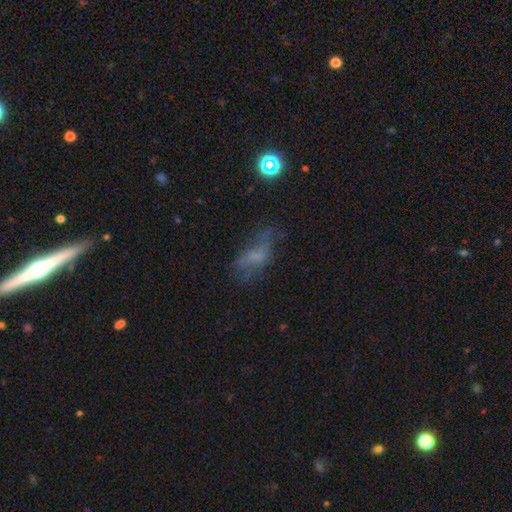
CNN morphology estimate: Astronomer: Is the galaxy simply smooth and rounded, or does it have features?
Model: smooth — 44% (runner-up: featured or disk, 37%).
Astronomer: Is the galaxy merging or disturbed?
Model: none — 44% (runner-up: major disturbance, 28%).